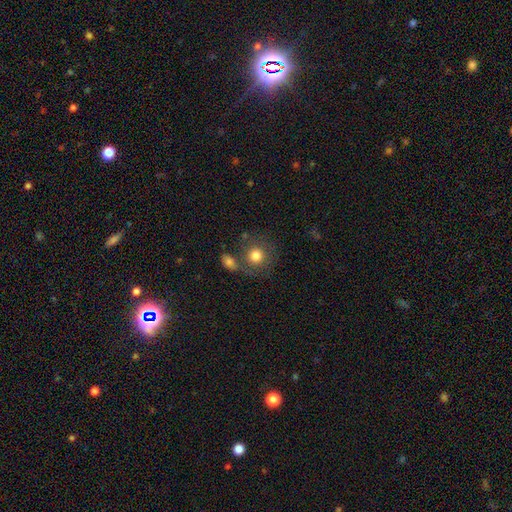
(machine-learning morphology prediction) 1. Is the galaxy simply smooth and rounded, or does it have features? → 79% smooth, 12% featured or disk, 9% star or artifact.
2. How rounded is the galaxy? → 87% round, 12% in between, 1% cigar-shaped.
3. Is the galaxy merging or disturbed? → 61% none, 21% merger, 12% minor disturbance, 7% major disturbance.